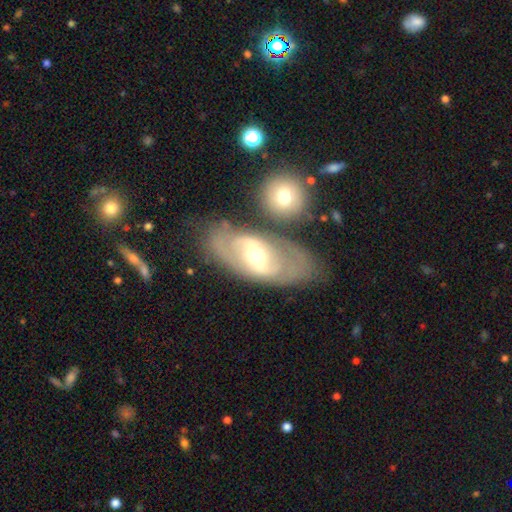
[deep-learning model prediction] The model was most divided on "bar" (2-way tie): weak: 39%, strong: 39%, no: 22%. More confident: edge-on disk — no (91%); smooth or featured — featured or disk (74%); bulge size — moderate (68%); merging — none (63%); spiral arms — yes (62%).